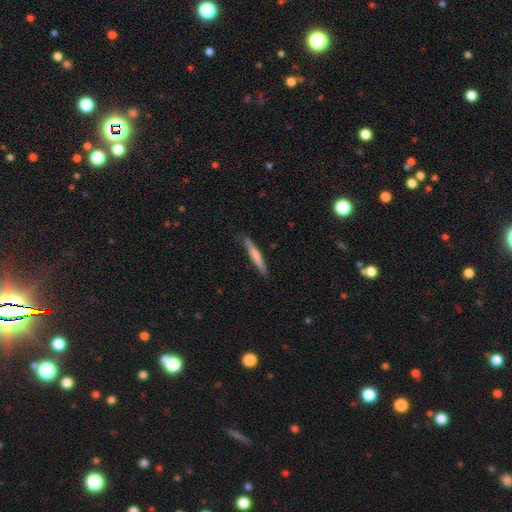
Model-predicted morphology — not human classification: smooth_or_featured: smooth (p=0.68) [alt: featured or disk p=0.27]
how_rounded: cigar-shaped (p=0.95) [alt: in between p=0.04]
merging: none (p=0.79) [alt: minor disturbance p=0.17]